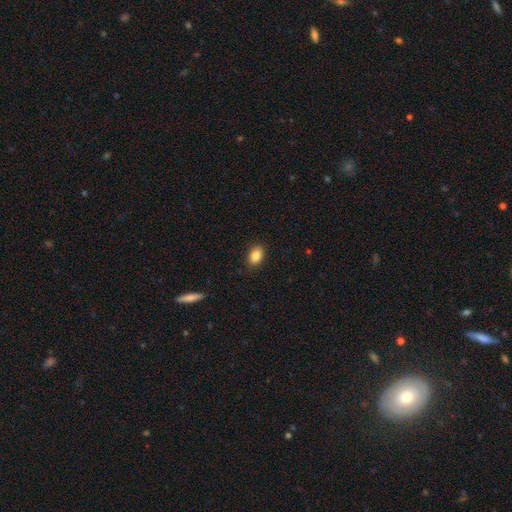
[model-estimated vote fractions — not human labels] A smooth galaxy with no disk features (87%) that is in between round and cigar-shaped (84%). Merging: none (88%).